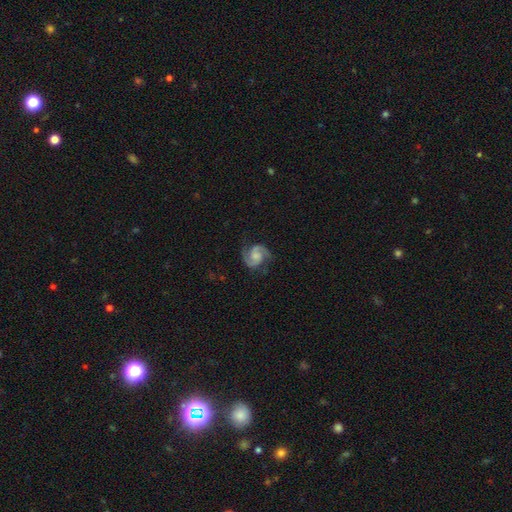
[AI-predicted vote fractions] Q: Smooth or featured?
A: featured or disk (90%); runner-up: smooth (6%)
Q: Edge-on disk?
A: no (98%); runner-up: yes (2%)
Q: Bar?
A: no (56%); runner-up: weak (36%)
Q: Spiral arms?
A: yes (98%); runner-up: no (2%)
Q: Spiral winding?
A: medium (57%); runner-up: tight (28%)
Q: Spiral arm count?
A: 2 (94%); runner-up: can't tell (2%)
Q: Bulge size?
A: moderate (33%); runner-up: none (29%)
Q: Merging?
A: none (80%); runner-up: minor disturbance (14%)